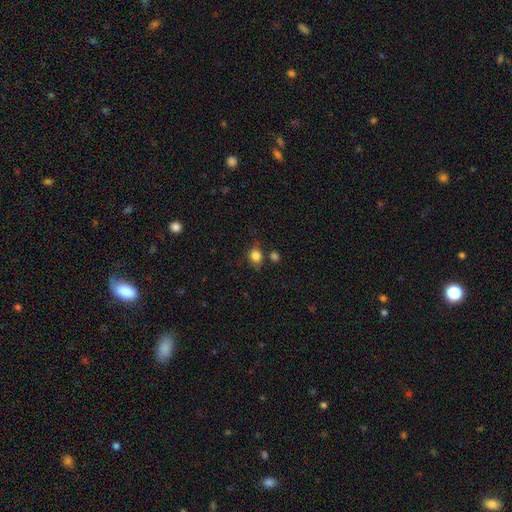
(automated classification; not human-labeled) A smooth galaxy with no disk features (82%) that is round (59%).

Vote fractions:
- Smooth or featured? smooth: 82% / star or artifact: 11% / featured or disk: 6%
- How rounded? round: 59% / in between: 40% / cigar-shaped: 1%
- Merging? none: 69% / minor disturbance: 18% / merger: 8% / major disturbance: 5%